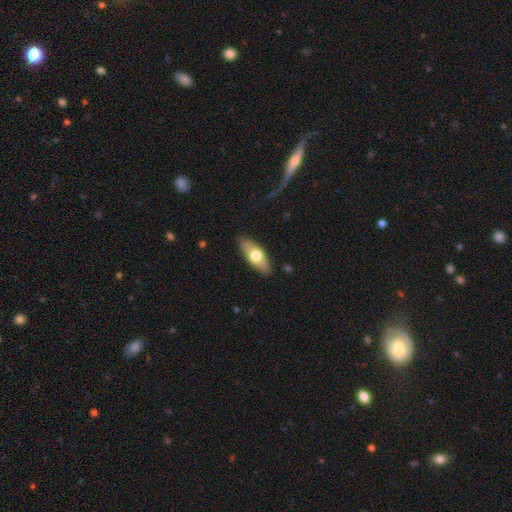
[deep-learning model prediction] Q: Smooth or featured?
A: smooth (62%); runner-up: featured or disk (32%)
Q: How rounded?
A: in between (76%); runner-up: cigar-shaped (21%)
Q: Merging?
A: none (86%); runner-up: minor disturbance (10%)